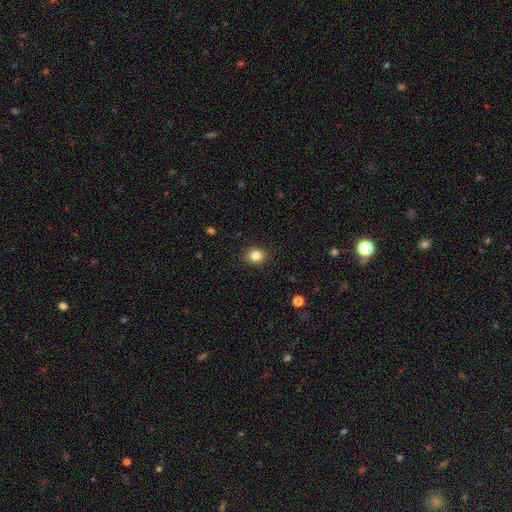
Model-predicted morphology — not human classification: A smooth galaxy with no disk features (83%) that is round (64%).

Vote fractions:
- Smooth or featured? smooth: 83% / star or artifact: 11% / featured or disk: 6%
- How rounded? round: 64% / in between: 35% / cigar-shaped: 1%
- Merging? none: 90% / minor disturbance: 7% / major disturbance: 2% / merger: 1%